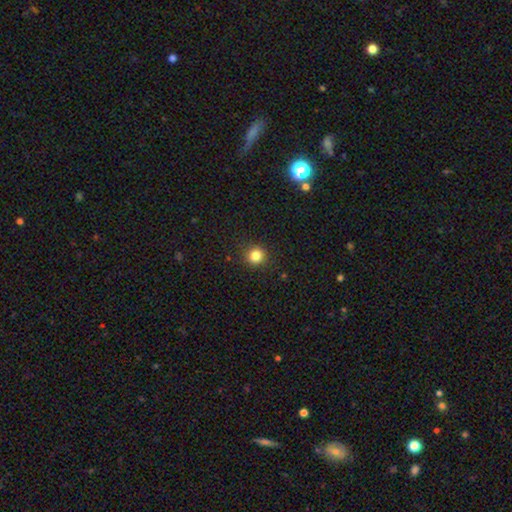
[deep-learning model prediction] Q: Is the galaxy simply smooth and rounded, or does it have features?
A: smooth — 83%.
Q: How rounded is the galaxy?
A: round — 91%.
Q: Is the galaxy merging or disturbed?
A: none — 91%.